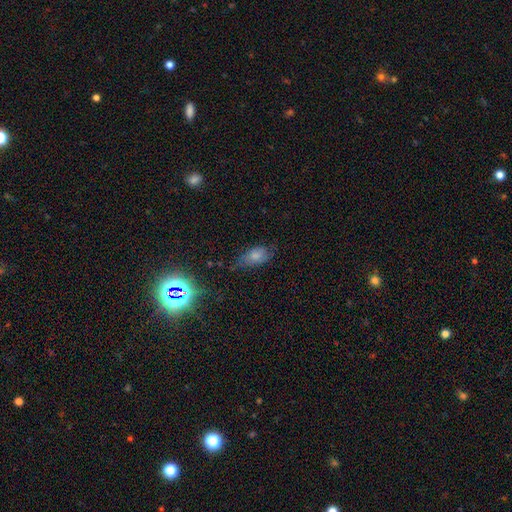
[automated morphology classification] smooth_or_featured: smooth (p=0.70) [alt: featured or disk p=0.16]
how_rounded: in between (p=0.87) [alt: round p=0.06]
merging: none (p=0.50) [alt: minor disturbance p=0.34]